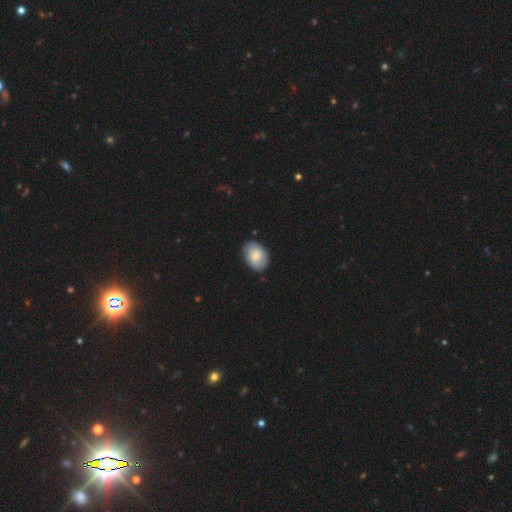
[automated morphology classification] Smooth or featured: smooth — 74% (featured or disk — 20%)
How rounded: in between — 77% (round — 22%)
Merging: none — 80% (minor disturbance — 16%)